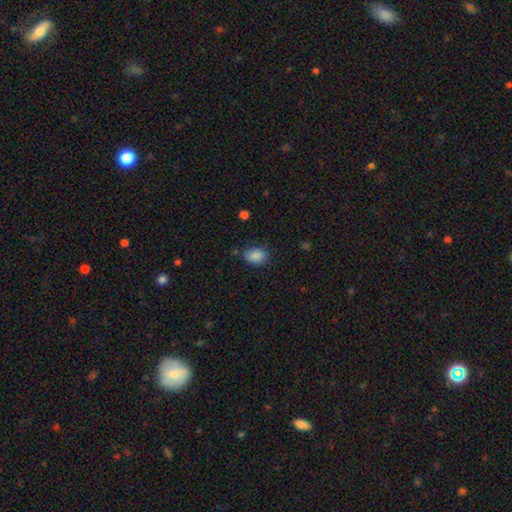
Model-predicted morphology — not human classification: type=smooth (87%); roundness=in between (71%); merging=none (74%).